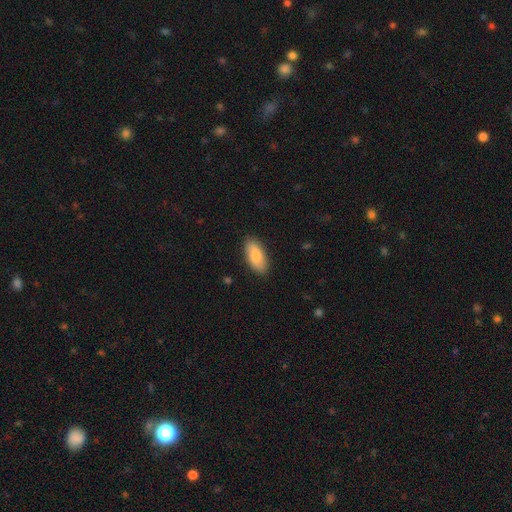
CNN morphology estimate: This appears to be a smooth galaxy with no disk features (79%) that is in between round and cigar-shaped (90%). Merging: none (86%).